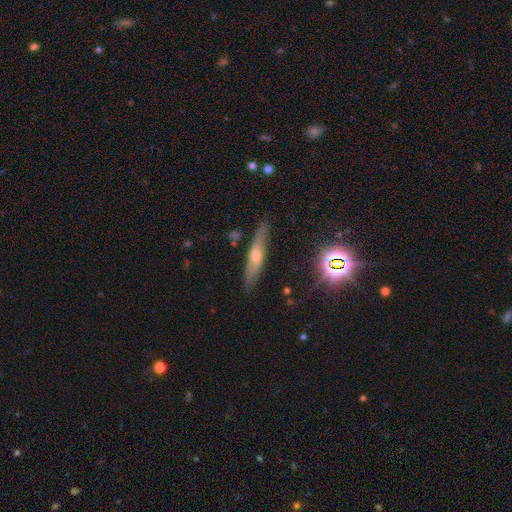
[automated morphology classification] This appears to be a featured or disk galaxy (51%) viewed edge-on (86%). Merging: none (85%).